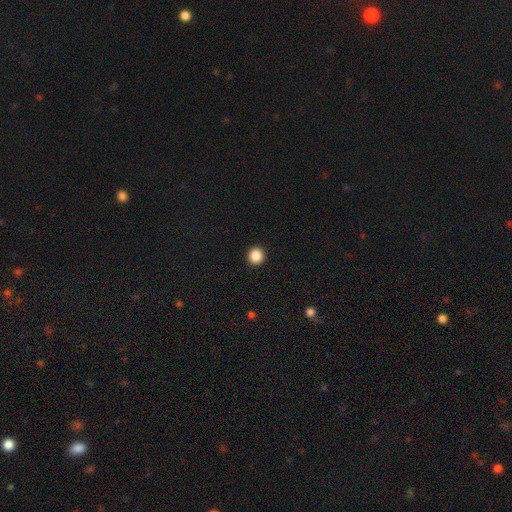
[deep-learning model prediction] Morphology: type=smooth (88%); roundness=round (95%); merging=none (93%).